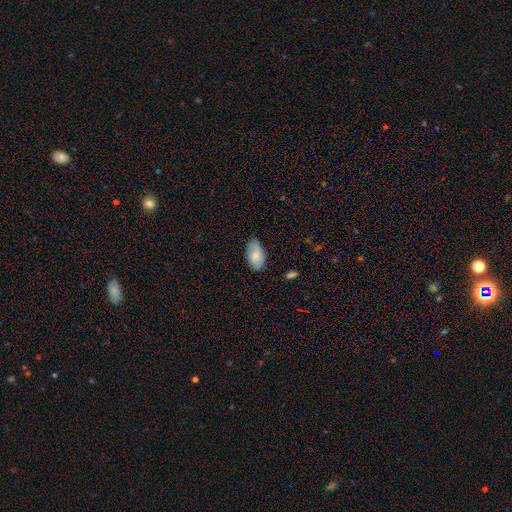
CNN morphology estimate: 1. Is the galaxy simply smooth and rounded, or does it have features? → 79% smooth, 14% featured or disk, 7% star or artifact.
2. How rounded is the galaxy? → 94% in between, 4% round, 2% cigar-shaped.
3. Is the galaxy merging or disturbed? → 66% none, 28% minor disturbance, 4% major disturbance, 2% merger.